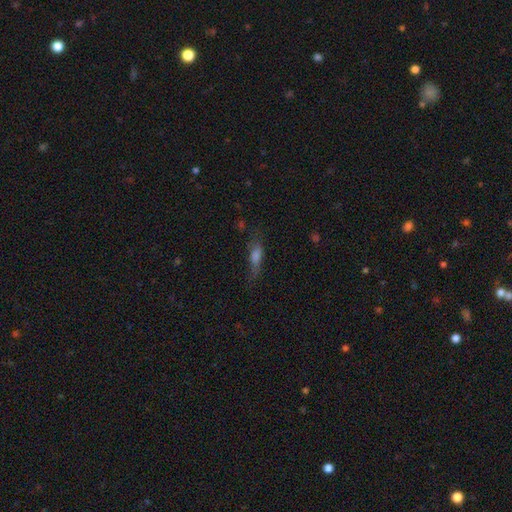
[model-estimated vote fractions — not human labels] Smooth or featured?
  - smooth: 53% *
  - featured or disk: 32%
  - star or artifact: 16%
How rounded?
  - cigar-shaped: 61% *
  - in between: 34%
  - round: 4%
Merging?
  - none: 58% *
  - minor disturbance: 24%
  - major disturbance: 16%
  - merger: 3%